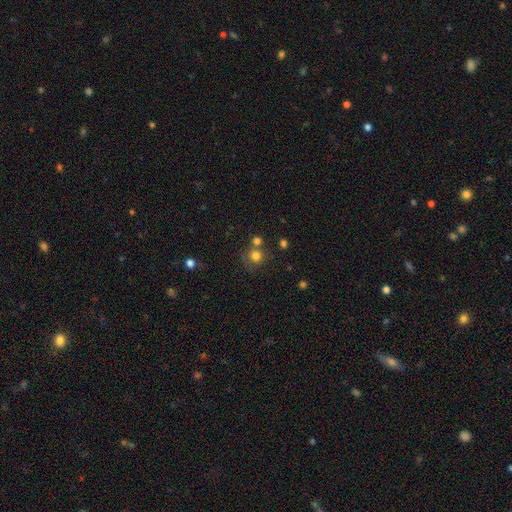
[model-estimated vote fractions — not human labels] A smooth galaxy with no disk features (77%) that is round (88%).

Vote fractions:
- Smooth or featured? smooth: 77% / star or artifact: 14% / featured or disk: 9%
- How rounded? round: 88% / in between: 11% / cigar-shaped: 1%
- Merging? none: 60% / merger: 24% / minor disturbance: 11% / major disturbance: 5%